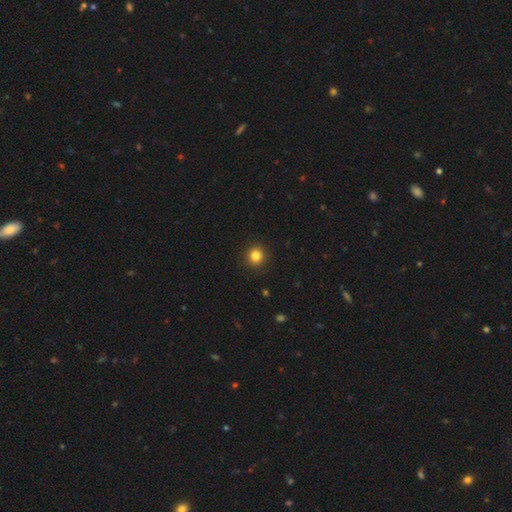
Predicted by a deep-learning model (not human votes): This appears to be a smooth galaxy with no disk features (84%) that is round (90%). Merging: none (92%).